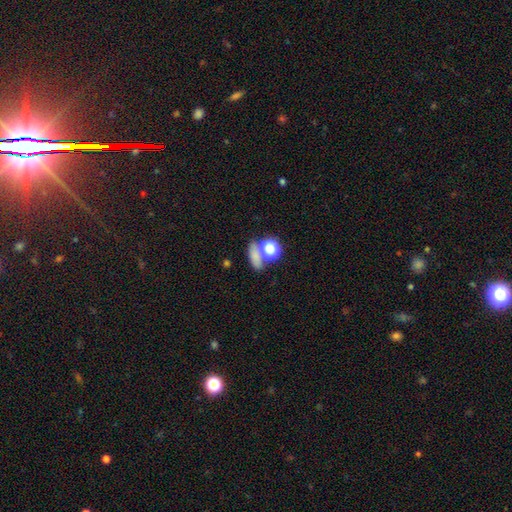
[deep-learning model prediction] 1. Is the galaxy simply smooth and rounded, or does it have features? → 70% smooth, 19% star or artifact, 10% featured or disk.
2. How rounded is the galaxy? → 47% in between, 37% round, 16% cigar-shaped.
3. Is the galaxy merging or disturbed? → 56% none, 26% merger, 11% minor disturbance, 7% major disturbance.